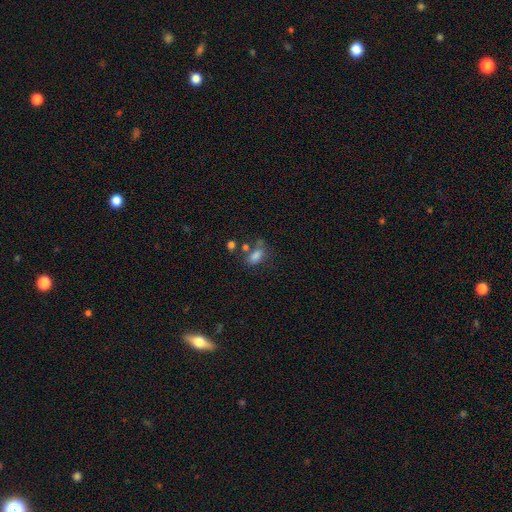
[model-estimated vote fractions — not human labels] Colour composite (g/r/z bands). It shows a smooth galaxy with no disk features (78%) that is in between round and cigar-shaped (86%). Merging: none (45%).